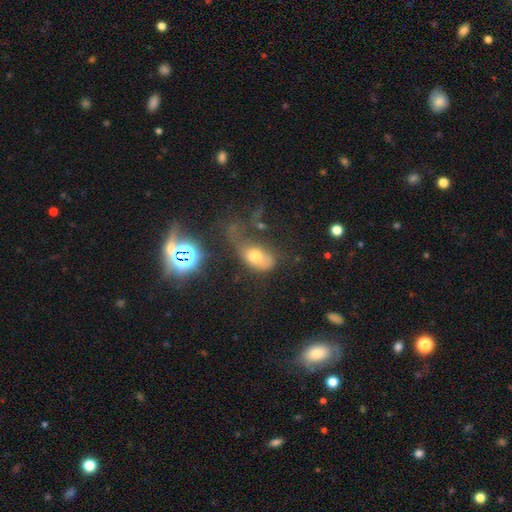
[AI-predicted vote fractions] Smooth or featured?
  - smooth: 56% *
  - featured or disk: 24%
  - star or artifact: 20%
How rounded?
  - in between: 80% *
  - round: 16%
  - cigar-shaped: 3%
Merging?
  - major disturbance: 42% *
  - none: 24%
  - minor disturbance: 22%
  - merger: 12%